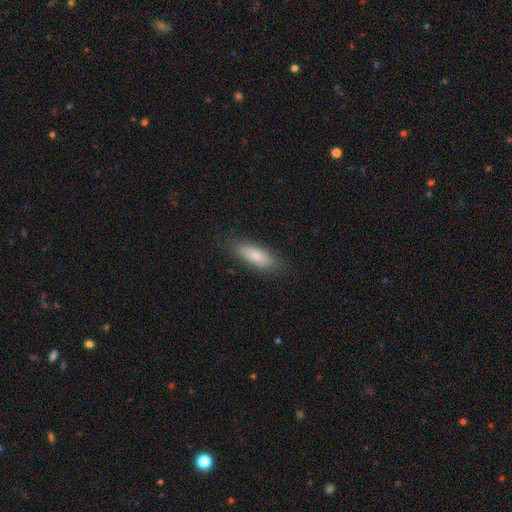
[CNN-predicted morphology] A smooth galaxy with no disk features (82%) that is in between round and cigar-shaped (59%).

Vote fractions:
- Smooth or featured? smooth: 82% / featured or disk: 11% / star or artifact: 7%
- How rounded? in between: 59% / cigar-shaped: 39% / round: 2%
- Merging? none: 84% / minor disturbance: 12% / major disturbance: 3% / merger: 1%